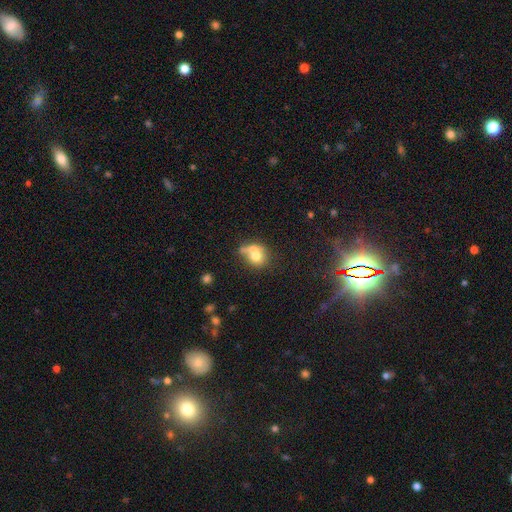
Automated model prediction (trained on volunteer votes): A smooth galaxy with no disk features (68%) that is round (68%).

Vote fractions:
- Smooth or featured? smooth: 68% / featured or disk: 21% / star or artifact: 11%
- How rounded? round: 68% / in between: 31% / cigar-shaped: 1%
- Merging? merger: 45% / none: 31% / minor disturbance: 14% / major disturbance: 10%